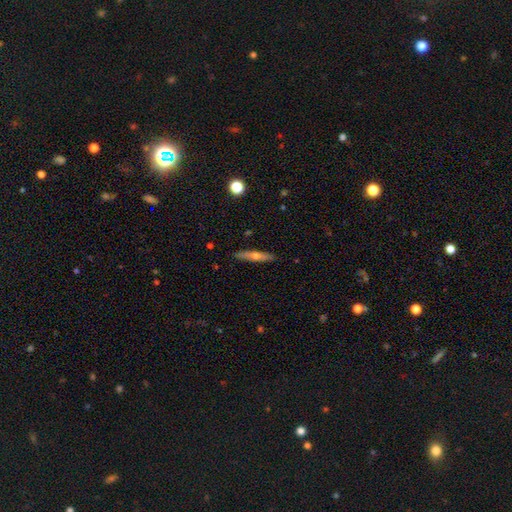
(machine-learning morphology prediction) Smooth or featured? Predicted: featured or disk (p=0.47, tied with smooth). Merging? Predicted: none (p=0.89).